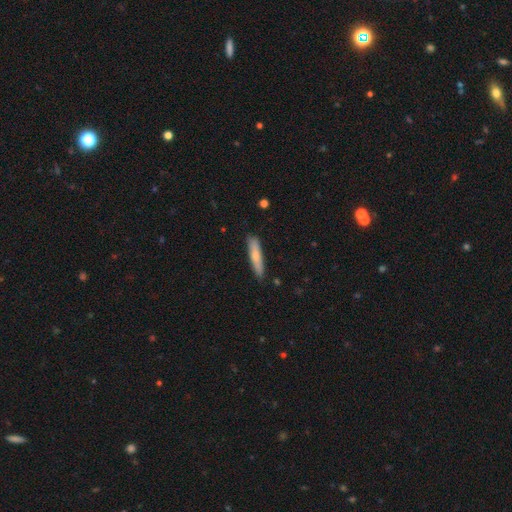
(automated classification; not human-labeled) Smooth or featured? smooth (70%)
How rounded? cigar-shaped (87%)
Merging? none (86%)